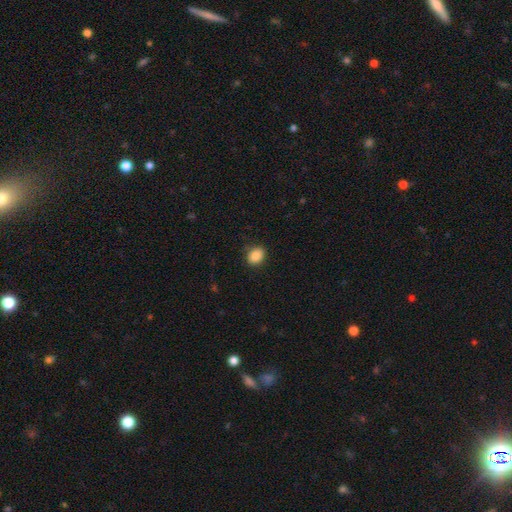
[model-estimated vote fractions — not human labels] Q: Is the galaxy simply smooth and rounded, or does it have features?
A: smooth — 87%.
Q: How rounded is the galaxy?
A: in between — 55%.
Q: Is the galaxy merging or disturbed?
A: none — 87%.